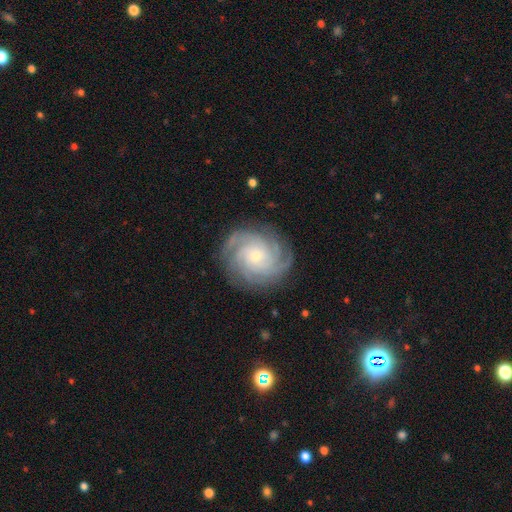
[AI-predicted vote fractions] Q: Smooth or featured?
A: featured or disk (87%); runner-up: smooth (7%)
Q: Edge-on disk?
A: no (98%); runner-up: yes (2%)
Q: Bar?
A: no (79%); runner-up: weak (17%)
Q: Spiral arms?
A: yes (98%); runner-up: no (2%)
Q: Spiral winding?
A: tight (76%); runner-up: medium (21%)
Q: Spiral arm count?
A: 4 (32%); runner-up: can't tell (18%)
Q: Bulge size?
A: small (77%); runner-up: moderate (19%)
Q: Merging?
A: none (84%); runner-up: minor disturbance (11%)